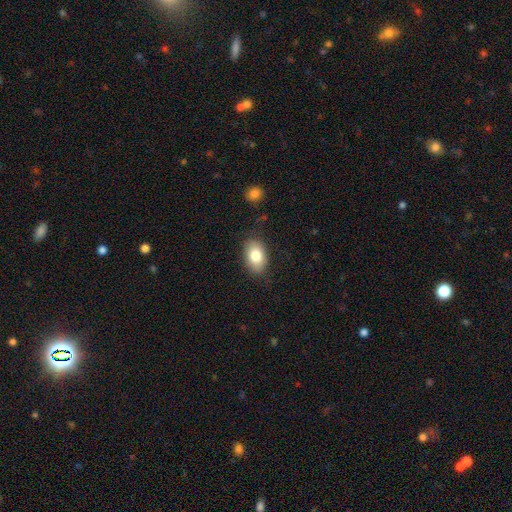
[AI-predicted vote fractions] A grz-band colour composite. It shows a smooth galaxy with no disk features (81%) that is in between round and cigar-shaped (89%). Merging: none (82%).